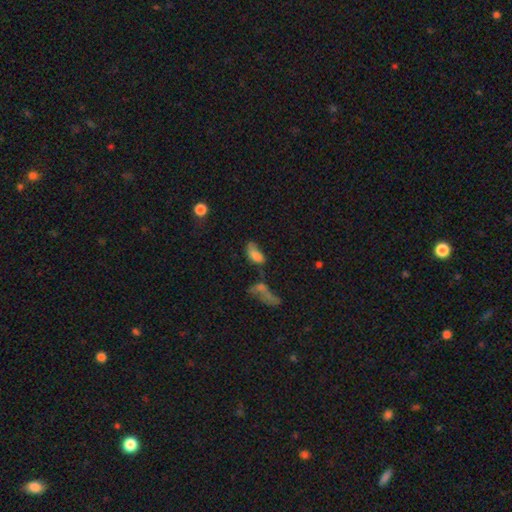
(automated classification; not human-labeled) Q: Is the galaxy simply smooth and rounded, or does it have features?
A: smooth — 73%.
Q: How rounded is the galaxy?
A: in between — 89%.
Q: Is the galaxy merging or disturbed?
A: none — 33%.